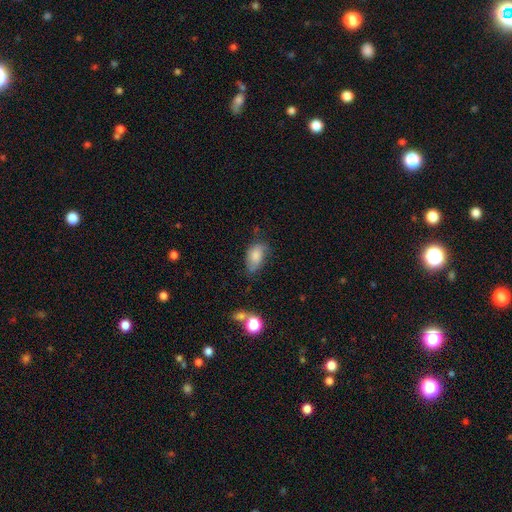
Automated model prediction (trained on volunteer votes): This is likely a smooth galaxy (77%). How rounded: clearly in between (90%). Merging: possibly none (51%).